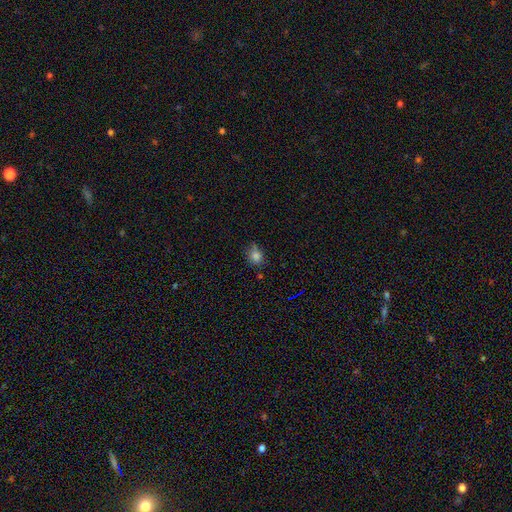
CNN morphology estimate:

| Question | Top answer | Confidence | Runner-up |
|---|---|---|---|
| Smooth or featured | smooth | 80% | star or artifact (14%) |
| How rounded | round | 64% | in between (34%) |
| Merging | none | 57% | minor disturbance (32%) |